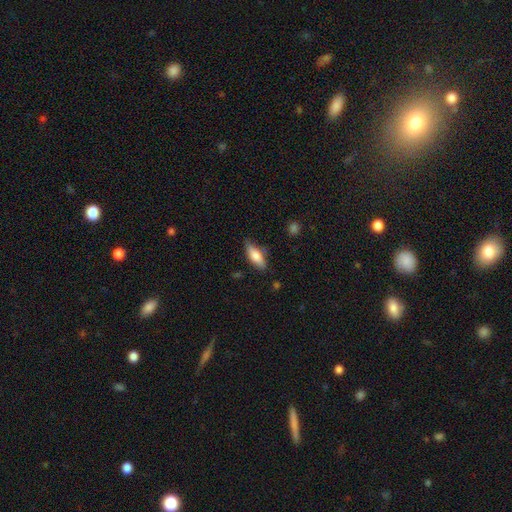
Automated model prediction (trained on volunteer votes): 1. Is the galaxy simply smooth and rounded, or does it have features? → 72% smooth, 21% featured or disk, 7% star or artifact.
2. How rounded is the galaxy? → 68% in between, 29% cigar-shaped, 3% round.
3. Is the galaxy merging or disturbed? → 72% none, 21% minor disturbance, 4% major disturbance, 2% merger.